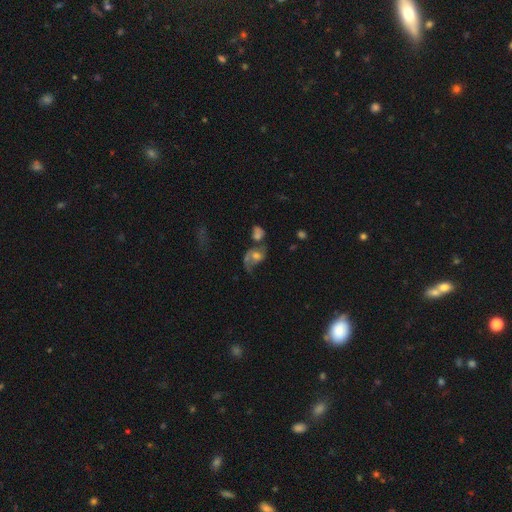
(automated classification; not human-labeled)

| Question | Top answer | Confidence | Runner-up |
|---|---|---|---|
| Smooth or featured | featured or disk | 63% | smooth (25%) |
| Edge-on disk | no | 96% | yes (4%) |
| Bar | no | 69% | weak (26%) |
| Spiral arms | yes | 81% | no (19%) |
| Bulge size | moderate | 58% | small (18%) |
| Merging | merger | 39% | none (27%) |